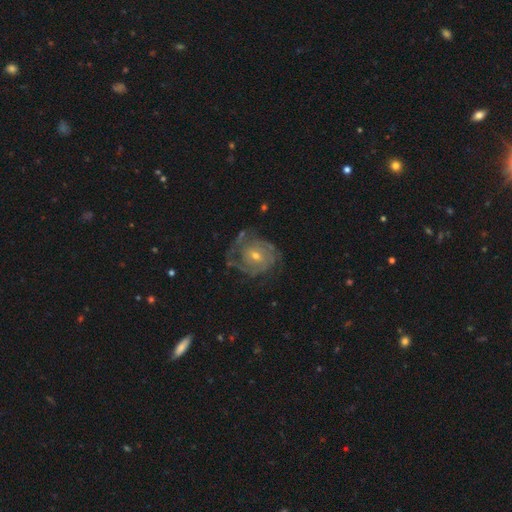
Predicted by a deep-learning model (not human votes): Smooth or featured: featured or disk — 81% (smooth — 12%)
Edge-on disk: no — 97% (yes — 3%)
Bar: no — 59% (weak — 34%)
Spiral arms: yes — 89% (no — 11%)
Spiral winding: tight — 62% (medium — 29%)
Spiral arm count: can't tell — 39% (2 — 26%)
Bulge size: small — 53% (moderate — 44%)
Merging: none — 62% (minor disturbance — 20%)